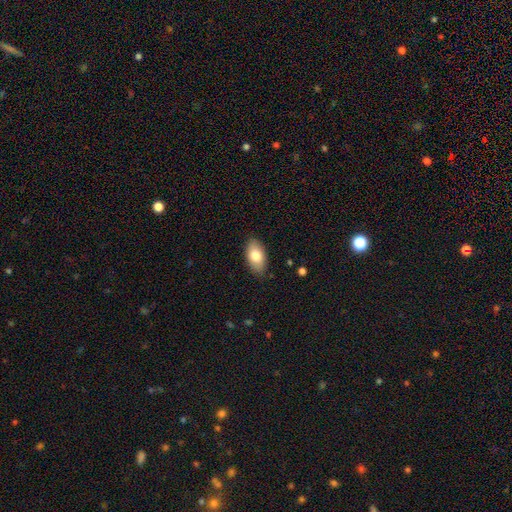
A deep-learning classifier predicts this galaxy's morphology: Smooth or featured: smooth — 79% (featured or disk — 15%)
How rounded: in between — 94% (round — 4%)
Merging: none — 86% (minor disturbance — 11%)